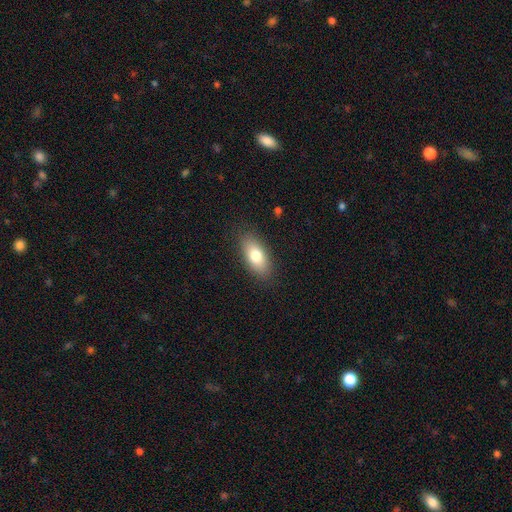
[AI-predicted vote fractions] Morphology: type=smooth (78%); roundness=in between (87%); merging=none (86%).